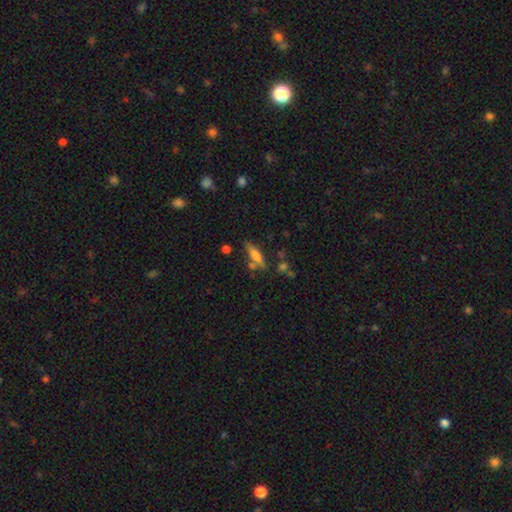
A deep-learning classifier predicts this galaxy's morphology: This is likely a smooth galaxy (62%). How rounded: likely cigar-shaped (63%). Merging: likely none (69%).